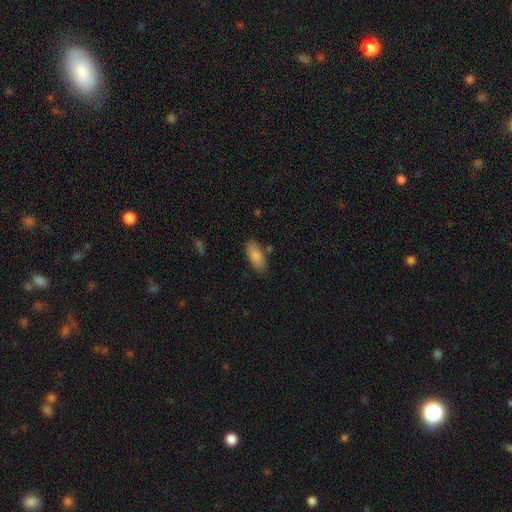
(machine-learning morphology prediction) Overall: smooth (86%). How rounded: in between (87%). Merging: none (80%).